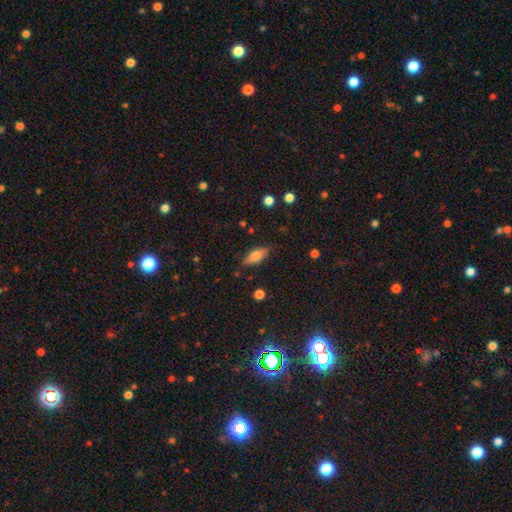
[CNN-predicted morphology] Smooth or featured? Predicted: smooth (p=0.55). How rounded? Predicted: in between (p=0.66). Merging? Predicted: none (p=0.81).